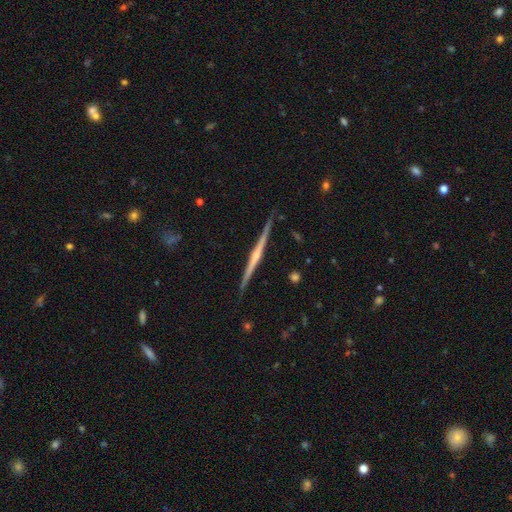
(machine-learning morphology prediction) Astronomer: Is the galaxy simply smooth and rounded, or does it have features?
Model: featured or disk — 78%.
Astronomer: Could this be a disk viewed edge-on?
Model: yes — 98%.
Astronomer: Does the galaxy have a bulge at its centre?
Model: rounded — 68%.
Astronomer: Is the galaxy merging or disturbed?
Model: none — 89%.